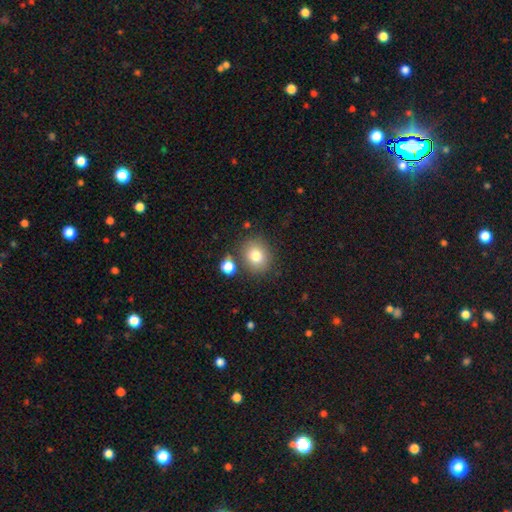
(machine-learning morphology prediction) A smooth galaxy with no disk features (79%) that is round (72%). Merging: none (79%).